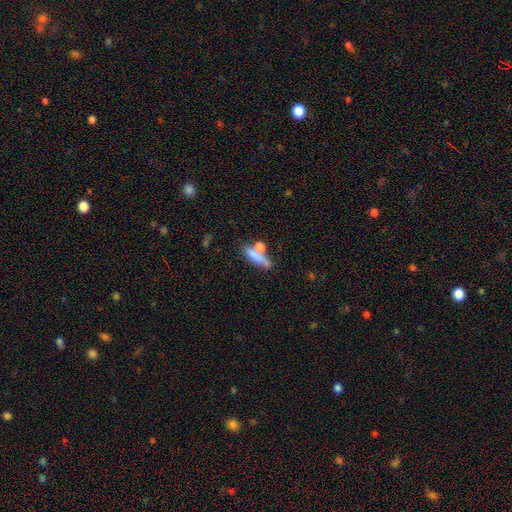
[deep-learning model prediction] Smooth or featured? smooth (70%)
How rounded? cigar-shaped (63%)
Merging? none (48%)